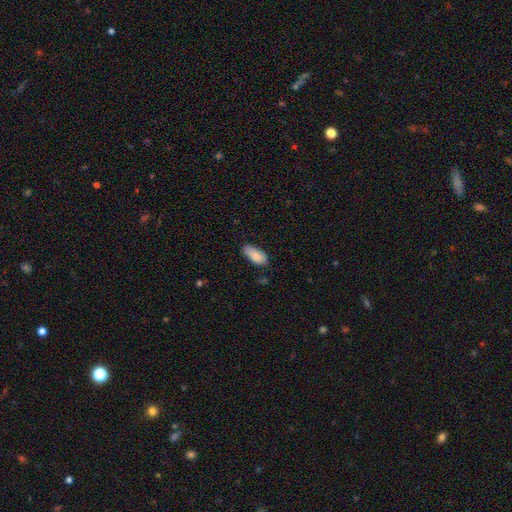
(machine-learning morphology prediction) Smooth or featured?
  - smooth: 87% *
  - featured or disk: 7%
  - star or artifact: 6%
How rounded?
  - in between: 89% *
  - cigar-shaped: 9%
  - round: 2%
Merging?
  - none: 71% *
  - minor disturbance: 23%
  - major disturbance: 4%
  - merger: 2%